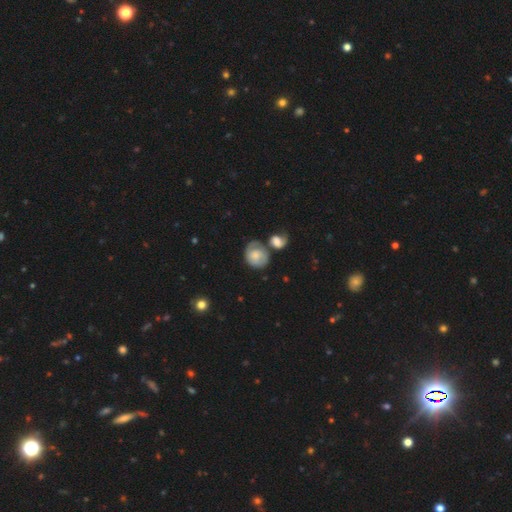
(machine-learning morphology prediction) smooth_or_featured: smooth (p=0.55) [alt: featured or disk p=0.38]
how_rounded: round (p=0.68) [alt: in between p=0.31]
merging: none (p=0.43) [alt: merger p=0.27]